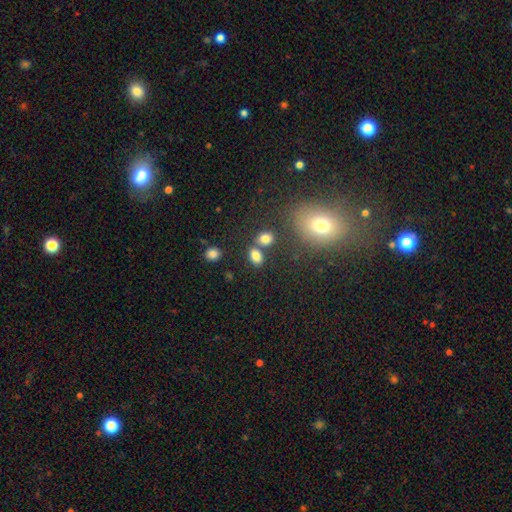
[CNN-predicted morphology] smooth-or-featured: smooth: 80% | star or artifact: 13% | featured or disk: 7%
  how-rounded: in between: 74% | round: 25% | cigar-shaped: 2%
  merging: none: 63% | merger: 22% | minor disturbance: 11% | major disturbance: 4%